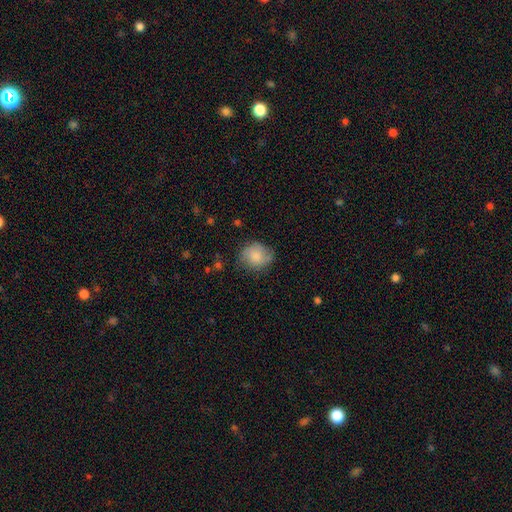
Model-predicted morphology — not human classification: This is likely a smooth galaxy (73%). How rounded: likely round (70%). Merging: likely none (69%).